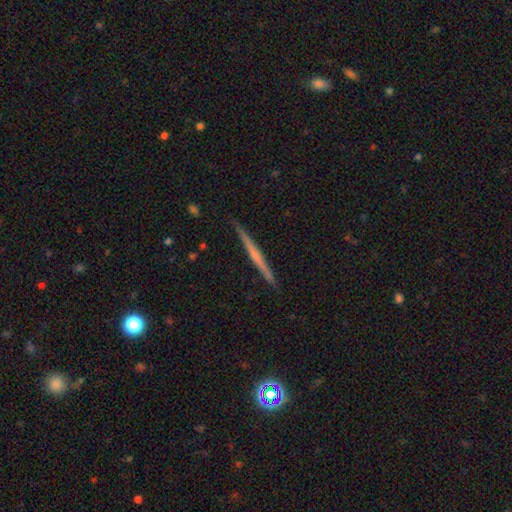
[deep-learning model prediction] Smooth or featured?
  - featured or disk: 65% *
  - smooth: 29%
  - star or artifact: 6%
Edge-on disk?
  - yes: 98% *
  - no: 2%
Edge-on bulge?
  - none: 61% *
  - rounded: 31%
  - boxy: 8%
Merging?
  - none: 91% *
  - minor disturbance: 7%
  - major disturbance: 1%
  - merger: 1%